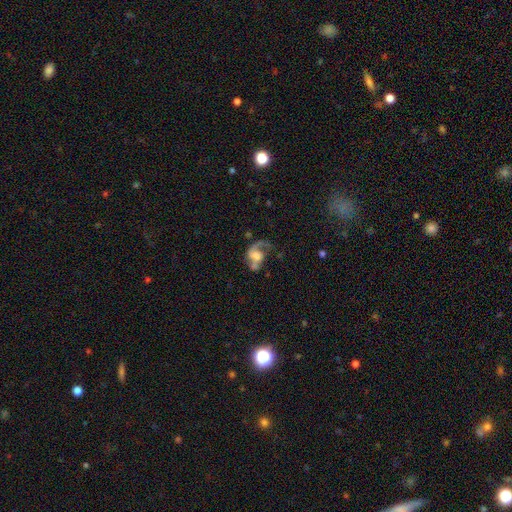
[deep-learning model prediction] A featured or disk galaxy (64%) with no bar (66%), spiral arms (77%) and a large central bulge (30%).

Vote fractions:
- Smooth or featured? featured or disk: 64% / smooth: 27% / star or artifact: 9%
- Edge-on disk? no: 97% / yes: 3%
- Bar? no: 66% / weak: 27% / strong: 7%
- Spiral arms? yes: 77% / no: 23%
- Bulge size? large: 30% / moderate: 27% / none: 21% / small: 16% / dominant: 6%
- Merging? major disturbance: 41% / none: 27% / minor disturbance: 17% / merger: 15%